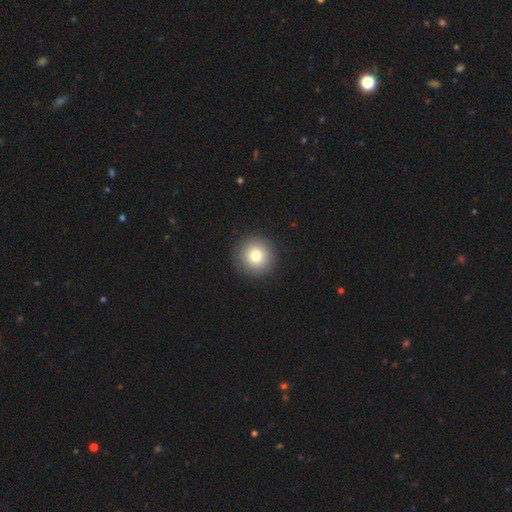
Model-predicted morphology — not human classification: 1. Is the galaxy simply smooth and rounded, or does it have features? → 77% smooth, 13% featured or disk, 10% star or artifact.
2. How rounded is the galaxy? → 95% round, 4% in between, 1% cigar-shaped.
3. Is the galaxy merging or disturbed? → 90% none, 7% minor disturbance, 3% major disturbance, 1% merger.